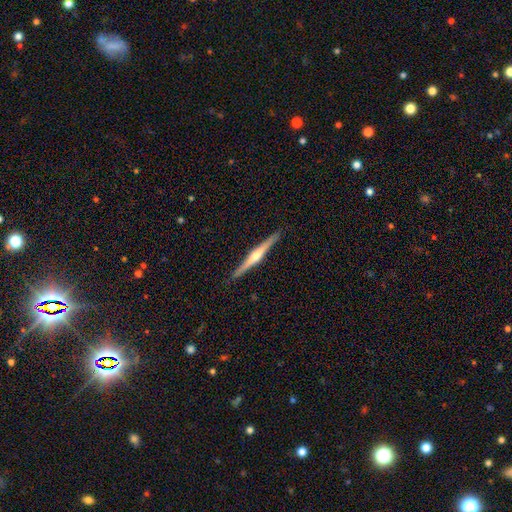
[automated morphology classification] A featured or disk galaxy (74%) viewed edge-on (98%) with a rounded central bulge (82%). Merging: none (91%).